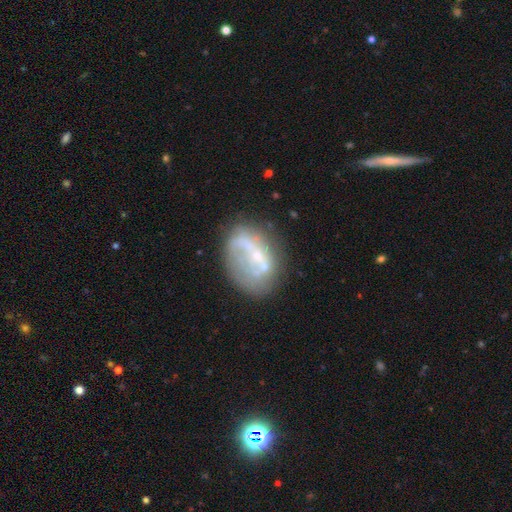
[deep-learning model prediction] A featured or disk galaxy (57%) with no bar (72%), no spiral arms (81%) and a small central bulge (52%).

Vote fractions:
- Smooth or featured? featured or disk: 57% / smooth: 32% / star or artifact: 12%
- Edge-on disk? no: 96% / yes: 4%
- Bar? no: 72% / weak: 19% / strong: 9%
- Spiral arms? no: 81% / yes: 19%
- Bulge size? small: 52% / none: 30% / moderate: 14% / large: 2% / dominant: 1%
- Merging? none: 43% / minor disturbance: 23% / major disturbance: 20% / merger: 14%